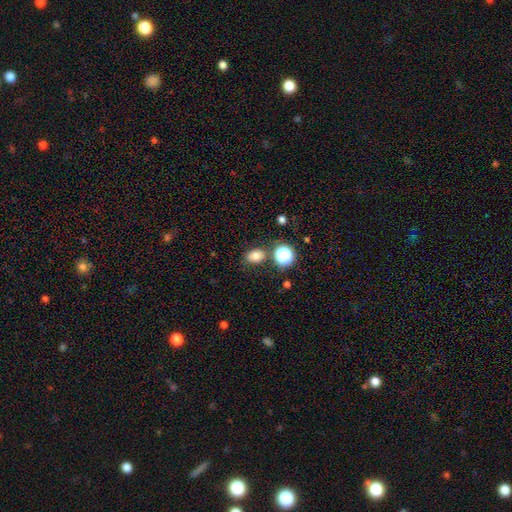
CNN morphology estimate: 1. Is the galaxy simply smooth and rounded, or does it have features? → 77% smooth, 15% star or artifact, 8% featured or disk.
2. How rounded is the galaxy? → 62% in between, 37% round, 1% cigar-shaped.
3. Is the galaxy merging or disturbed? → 76% none, 12% minor disturbance, 8% merger, 4% major disturbance.